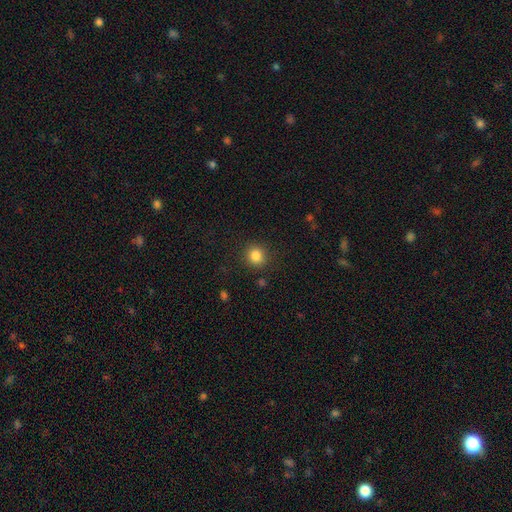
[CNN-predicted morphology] smooth_or_featured: smooth (p=0.84) [alt: star or artifact p=0.11]
how_rounded: round (p=0.85) [alt: in between p=0.14]
merging: none (p=0.88) [alt: minor disturbance p=0.08]